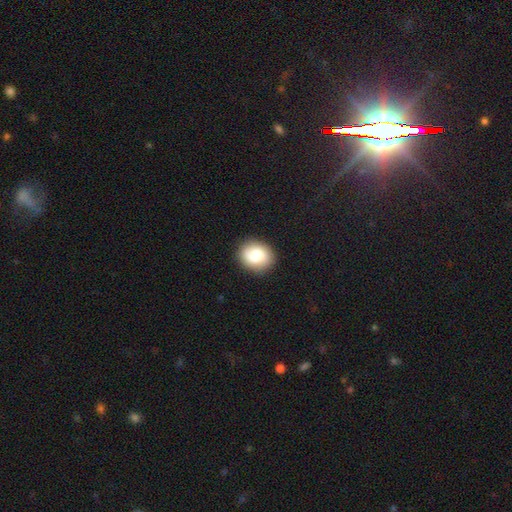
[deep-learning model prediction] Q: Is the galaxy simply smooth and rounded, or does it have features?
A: smooth — 78%.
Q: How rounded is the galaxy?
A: round — 63%.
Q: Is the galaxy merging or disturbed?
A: none — 89%.